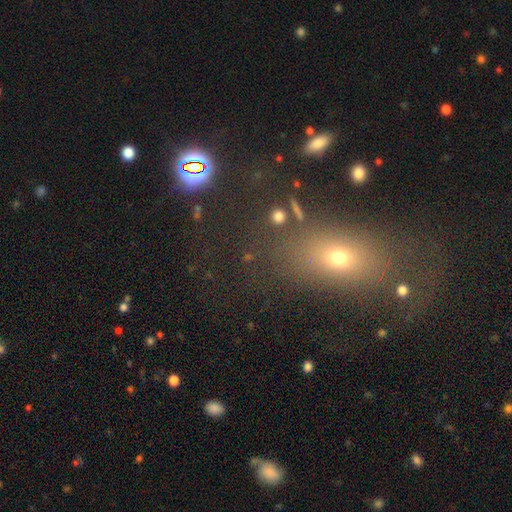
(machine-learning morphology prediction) smooth_or_featured: smooth (p=0.54) [alt: star or artifact p=0.28]
how_rounded: in between (p=0.65) [alt: round p=0.28]
merging: none (p=0.70) [alt: minor disturbance p=0.14]